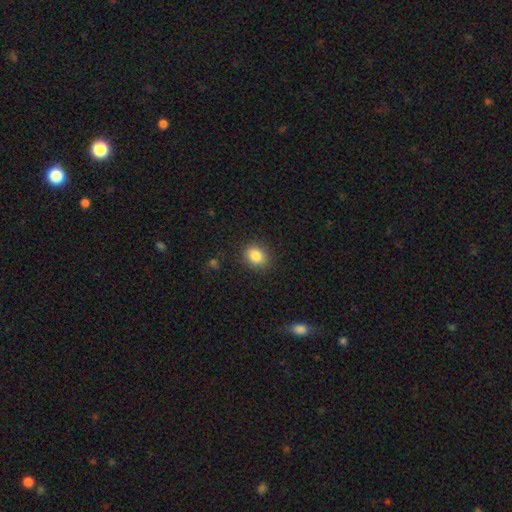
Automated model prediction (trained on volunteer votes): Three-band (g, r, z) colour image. It shows a smooth galaxy with no disk features (85%) that is in between round and cigar-shaped (53%). Merging: none (86%).